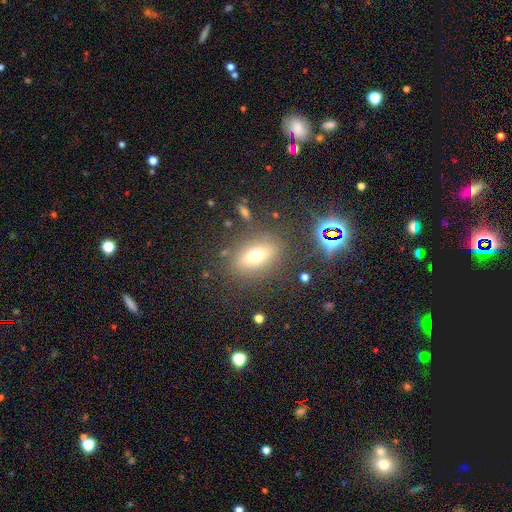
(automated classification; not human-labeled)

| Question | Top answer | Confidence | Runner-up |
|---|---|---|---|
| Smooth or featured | smooth | 62% | featured or disk (22%) |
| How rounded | in between | 68% | round (23%) |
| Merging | none | 80% | minor disturbance (11%) |